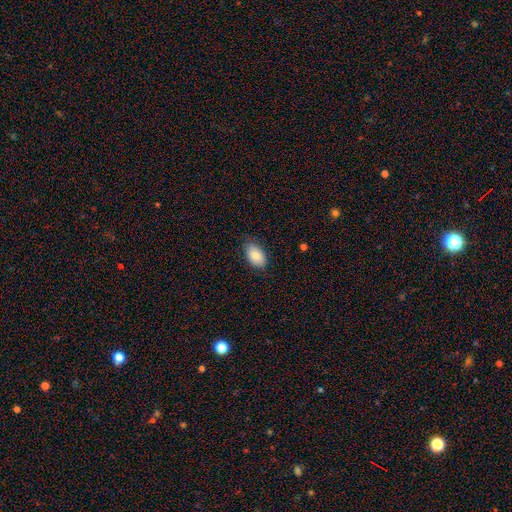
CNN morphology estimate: smooth-or-featured: smooth: 83% | featured or disk: 10% | star or artifact: 7%
  how-rounded: in between: 92% | round: 6% | cigar-shaped: 1%
  merging: none: 77% | minor disturbance: 19% | major disturbance: 3% | merger: 1%